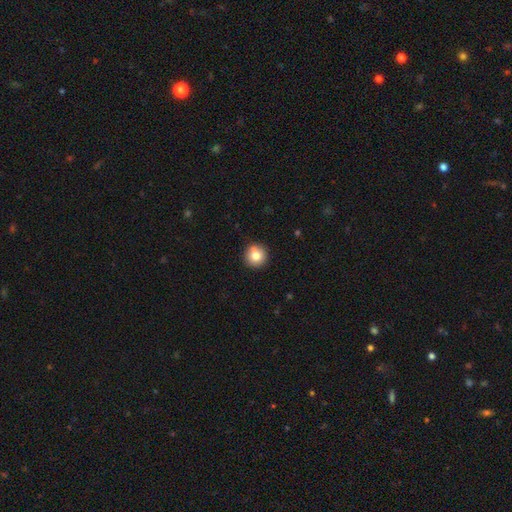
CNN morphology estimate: Overall: smooth (79%). How rounded: round (94%). Merging: none (83%).